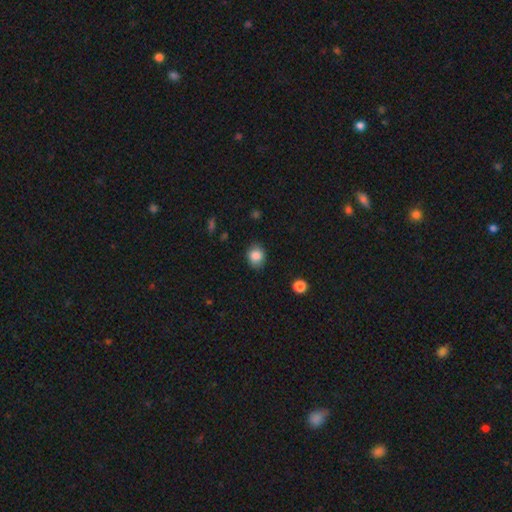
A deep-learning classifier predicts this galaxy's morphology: Q: Smooth or featured?
A: smooth (86%); runner-up: star or artifact (9%)
Q: How rounded?
A: round (58%); runner-up: in between (41%)
Q: Merging?
A: none (83%); runner-up: minor disturbance (13%)